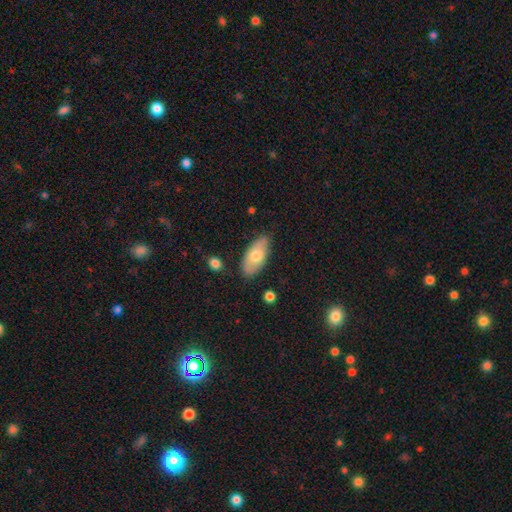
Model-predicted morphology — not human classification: Smooth or featured? smooth (67%)
How rounded? in between (91%)
Merging? none (78%)